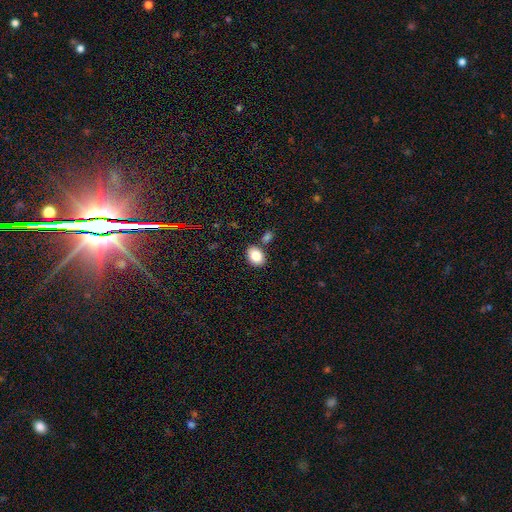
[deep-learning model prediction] Morphology: type=smooth (84%); roundness=in between (72%); merging=none (77%).